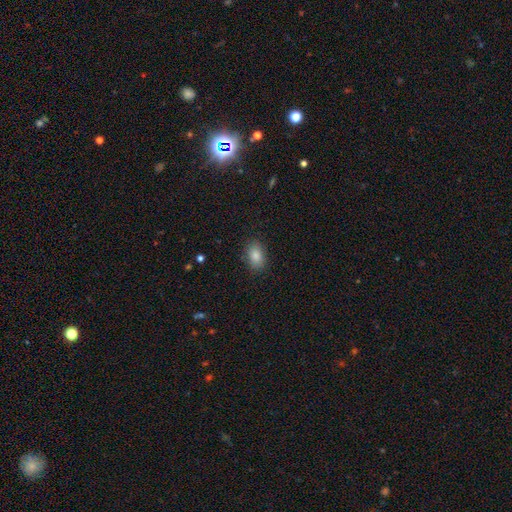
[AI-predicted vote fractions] smooth-or-featured: smooth: 86% | star or artifact: 8% | featured or disk: 5%
  how-rounded: in between: 87% | round: 11% | cigar-shaped: 2%
  merging: none: 87% | minor disturbance: 10% | major disturbance: 3% | merger: 1%